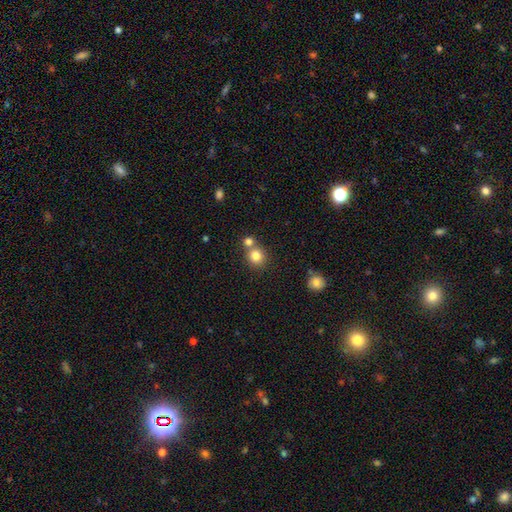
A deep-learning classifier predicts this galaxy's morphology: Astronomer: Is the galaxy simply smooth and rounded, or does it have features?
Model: smooth — 81%.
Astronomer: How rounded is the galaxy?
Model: round — 88%.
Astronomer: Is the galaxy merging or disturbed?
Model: none — 60%.